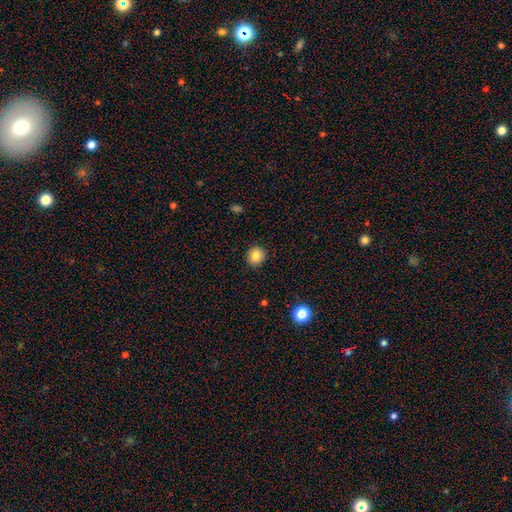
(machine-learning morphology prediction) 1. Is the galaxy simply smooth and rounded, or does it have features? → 83% smooth, 10% star or artifact, 7% featured or disk.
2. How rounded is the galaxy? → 89% round, 11% in between, 1% cigar-shaped.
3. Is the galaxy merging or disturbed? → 91% none, 6% minor disturbance, 2% major disturbance, 1% merger.